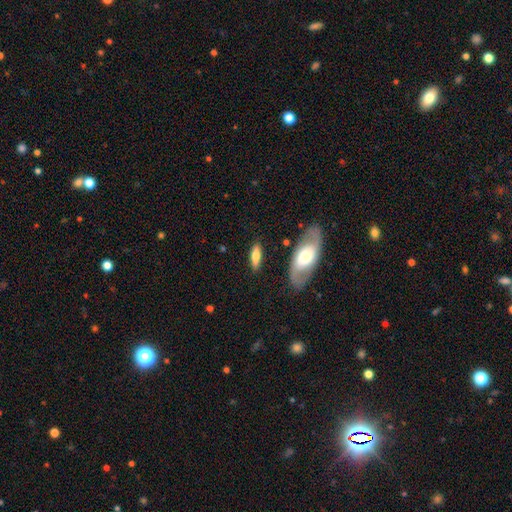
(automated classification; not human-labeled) Smooth or featured? Predicted: smooth (p=0.67). How rounded? Predicted: in between (p=0.58). Merging? Predicted: none (p=0.79).